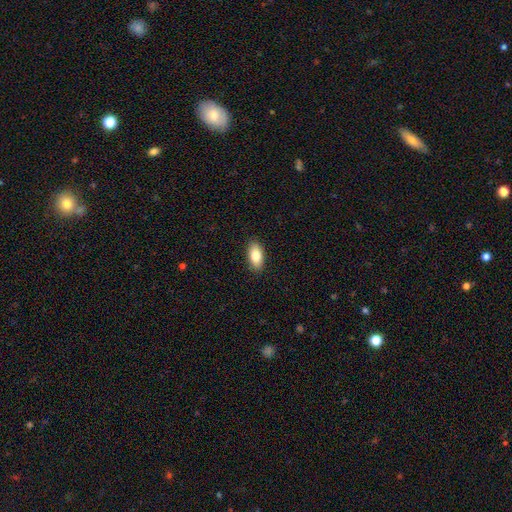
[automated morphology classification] A smooth galaxy with no disk features (83%) that is in between round and cigar-shaped (92%). Merging: none (90%).